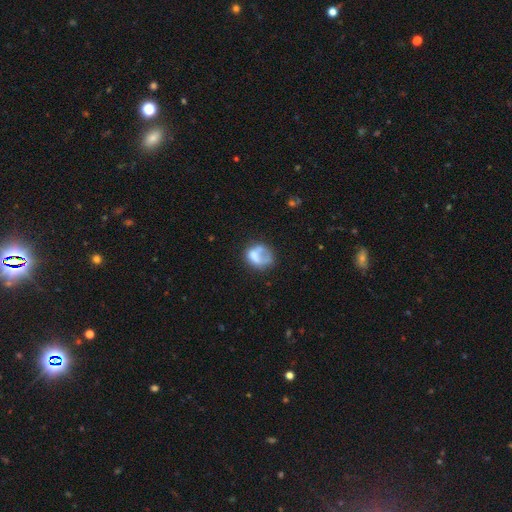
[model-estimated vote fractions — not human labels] A smooth galaxy with no disk features (57%) that is round (55%).

Vote fractions:
- Smooth or featured? smooth: 57% / featured or disk: 34% / star or artifact: 9%
- How rounded? round: 55% / in between: 44% / cigar-shaped: 1%
- Merging? none: 36% / major disturbance: 31% / minor disturbance: 23% / merger: 10%